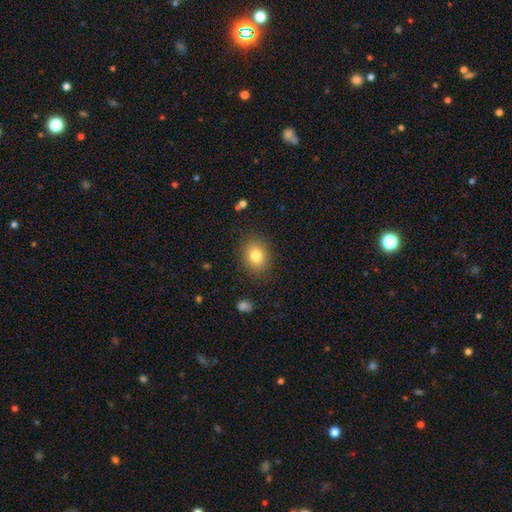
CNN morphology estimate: Q: Smooth or featured?
A: smooth (80%); runner-up: star or artifact (10%)
Q: How rounded?
A: round (54%); runner-up: in between (45%)
Q: Merging?
A: none (86%); runner-up: minor disturbance (9%)